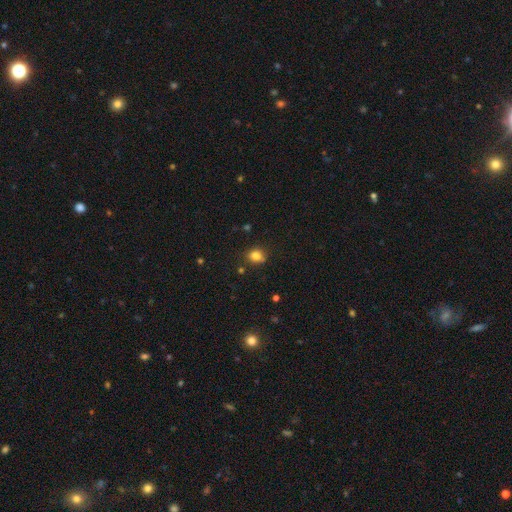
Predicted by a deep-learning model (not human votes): smooth_or_featured: smooth (p=0.83) [alt: star or artifact p=0.12]
how_rounded: round (p=0.59) [alt: in between p=0.40]
merging: none (p=0.74) [alt: minor disturbance p=0.18]